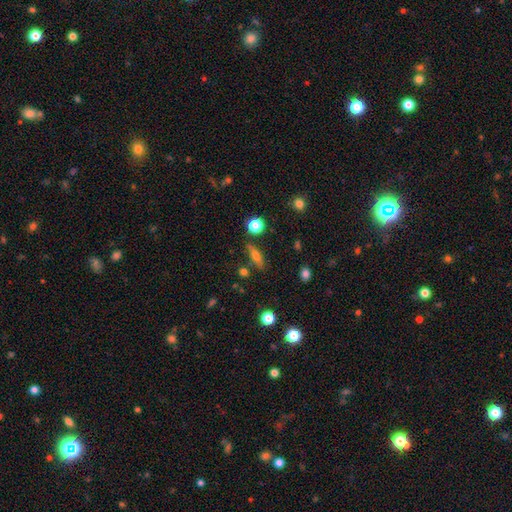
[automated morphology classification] Smooth or featured?
  - smooth: 62% *
  - featured or disk: 28%
  - star or artifact: 11%
How rounded?
  - in between: 48% *
  - cigar-shaped: 44%
  - round: 8%
Merging?
  - none: 76% *
  - minor disturbance: 14%
  - merger: 6%
  - major disturbance: 4%